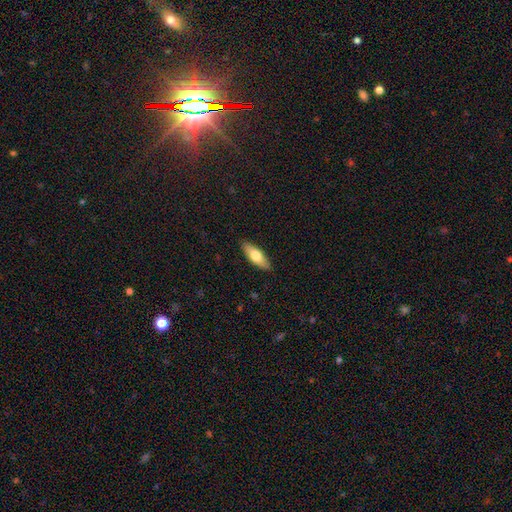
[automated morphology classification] Smooth or featured?
  - smooth: 69% *
  - featured or disk: 25%
  - star or artifact: 6%
How rounded?
  - in between: 63% *
  - cigar-shaped: 35%
  - round: 2%
Merging?
  - none: 88% *
  - minor disturbance: 9%
  - major disturbance: 2%
  - merger: 1%